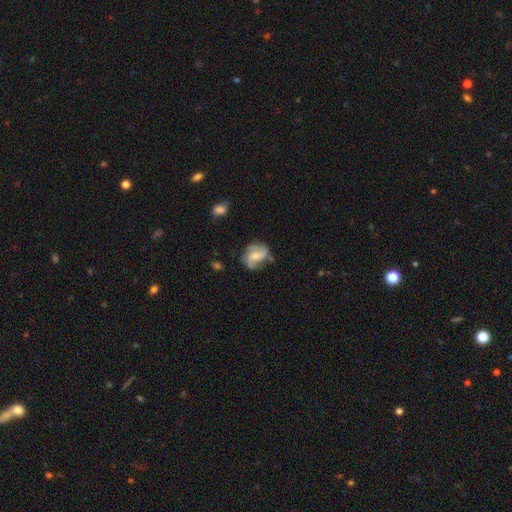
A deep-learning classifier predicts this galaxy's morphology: Overall: featured or disk (66%; smooth 27%). Edge-on disk: no (98%). Bar: weak (44%; no 43%). Spiral arms: yes (89%). Spiral arm count: 2 (65%). Spiral winding: medium (44%; loose 38%). Bulge size: moderate (39%; small 36%). Merging: none (56%; minor disturbance 26%).